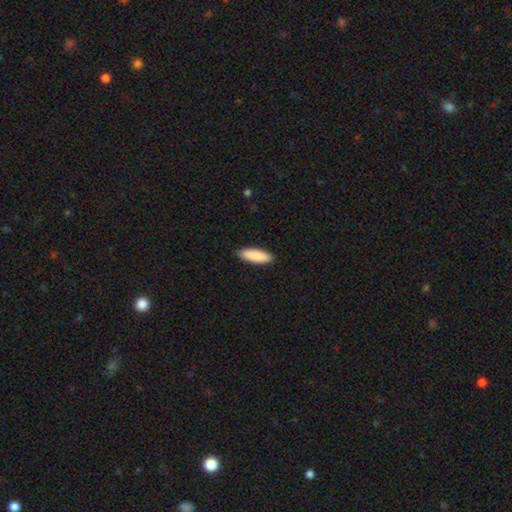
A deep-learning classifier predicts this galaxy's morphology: The model was most divided on "how rounded": in between: 53%, cigar-shaped: 45%, round: 2%. More confident: merging — none (91%); smooth or featured — smooth (89%).